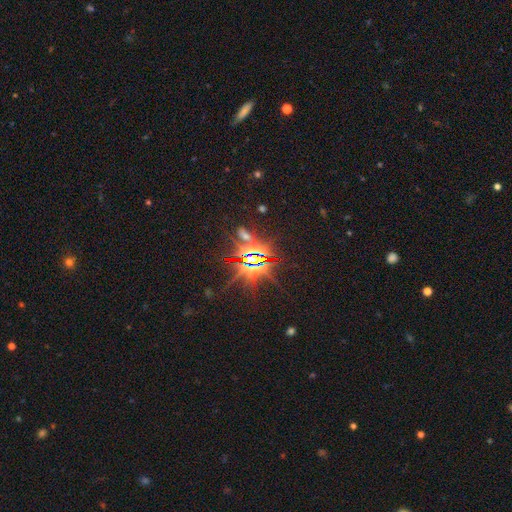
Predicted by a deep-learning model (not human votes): A star or artifact, not a galaxy (85%).